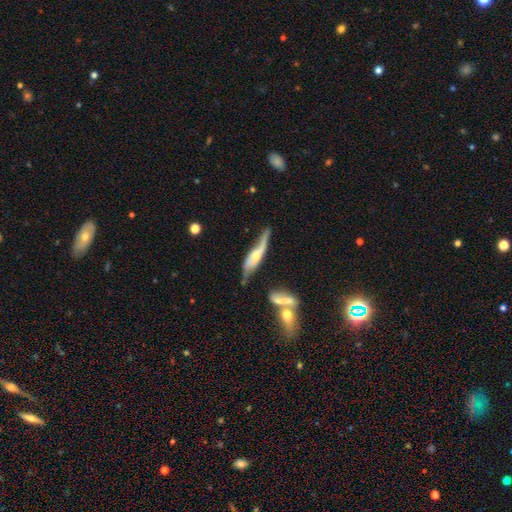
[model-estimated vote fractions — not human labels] smooth-or-featured: featured or disk: 66% | smooth: 28% | star or artifact: 6%
  disk-edge-on: no: 51% | yes: 49%
  merging: none: 36% | minor disturbance: 30% | major disturbance: 21% | merger: 12%